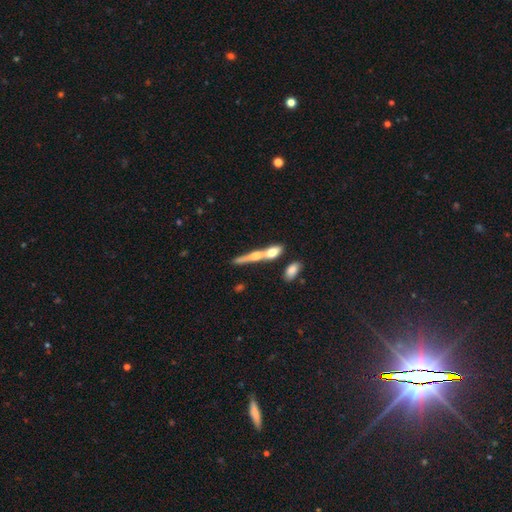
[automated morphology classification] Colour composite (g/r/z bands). It shows a smooth galaxy with no disk features (48%). Merging: merger (42%).